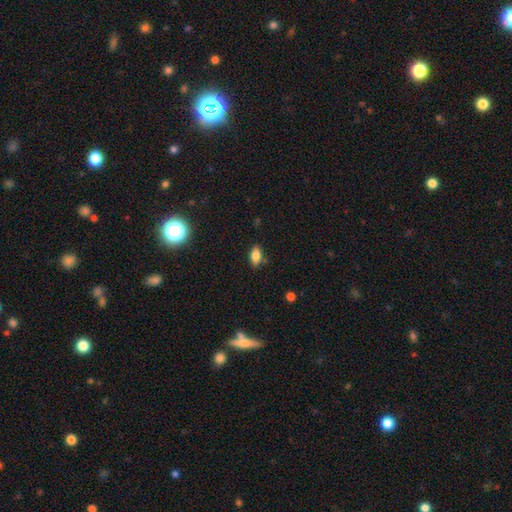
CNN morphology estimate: smooth_or_featured: smooth (p=0.80) [alt: star or artifact p=0.10]
how_rounded: in between (p=0.89) [alt: round p=0.05]
merging: none (p=0.82) [alt: minor disturbance p=0.12]